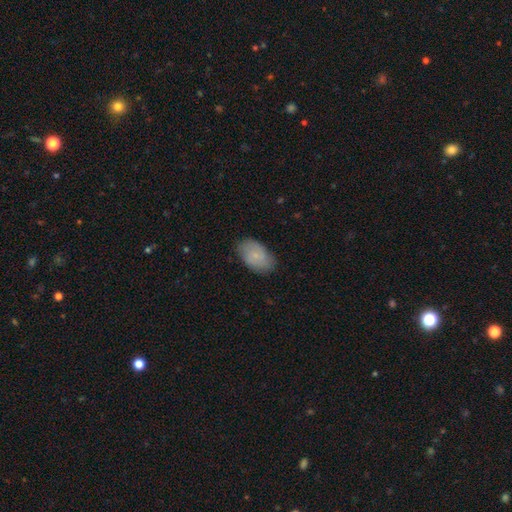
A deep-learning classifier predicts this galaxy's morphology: smooth_or_featured: smooth (p=0.72) [alt: featured or disk p=0.22]
how_rounded: in between (p=0.92) [alt: round p=0.07]
merging: none (p=0.79) [alt: minor disturbance p=0.17]